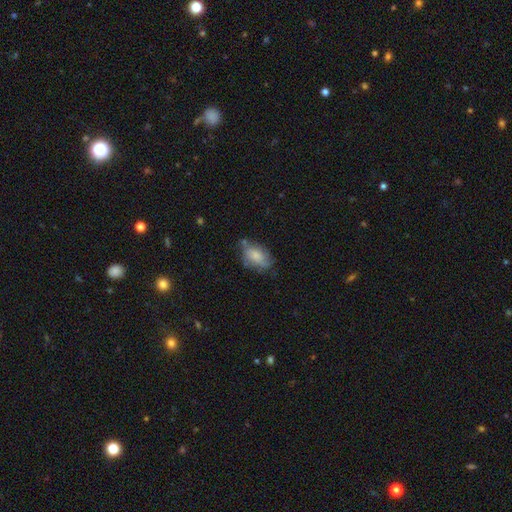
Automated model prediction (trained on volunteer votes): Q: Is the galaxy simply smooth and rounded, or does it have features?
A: smooth — 67%.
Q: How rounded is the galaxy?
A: in between — 89%.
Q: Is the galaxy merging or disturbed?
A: none — 50%.